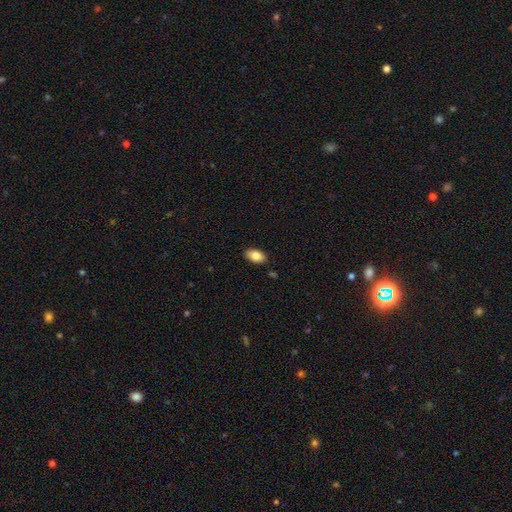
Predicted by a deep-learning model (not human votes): This is clearly a smooth galaxy (83%). How rounded: clearly in between (92%). Merging: clearly none (88%).